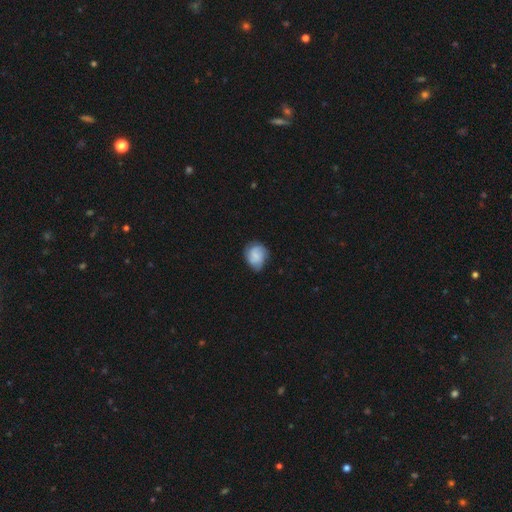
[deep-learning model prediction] Overall: smooth (56%; featured or disk 36%). How rounded: round (61%; in between 38%). Merging: none (66%).